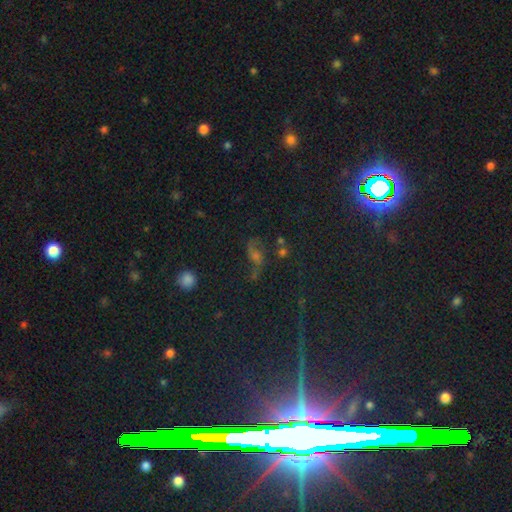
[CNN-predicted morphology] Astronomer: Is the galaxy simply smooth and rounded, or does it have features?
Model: star or artifact — 36%, tied with featured or disk at 36%.